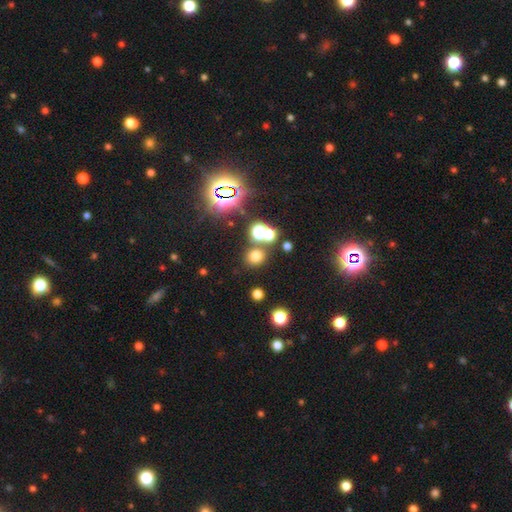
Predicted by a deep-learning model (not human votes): smooth-or-featured: smooth: 65% | star or artifact: 27% | featured or disk: 7%
  how-rounded: round: 83% | in between: 16% | cigar-shaped: 1%
  merging: none: 74% | merger: 14% | minor disturbance: 8% | major disturbance: 4%